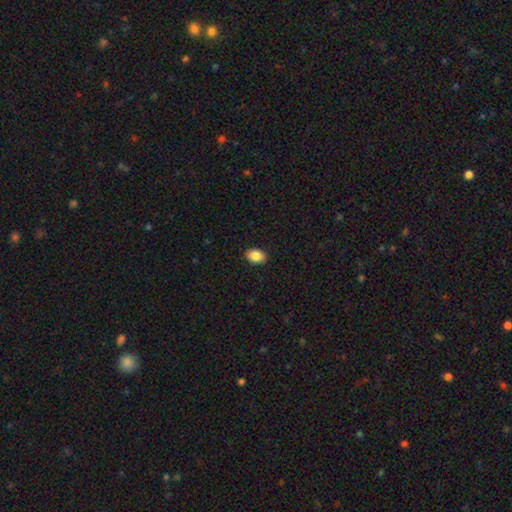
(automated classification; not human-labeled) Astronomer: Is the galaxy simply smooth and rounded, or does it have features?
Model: smooth — 88%.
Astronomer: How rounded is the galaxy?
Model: in between — 78%.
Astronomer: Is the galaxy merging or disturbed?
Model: none — 91%.